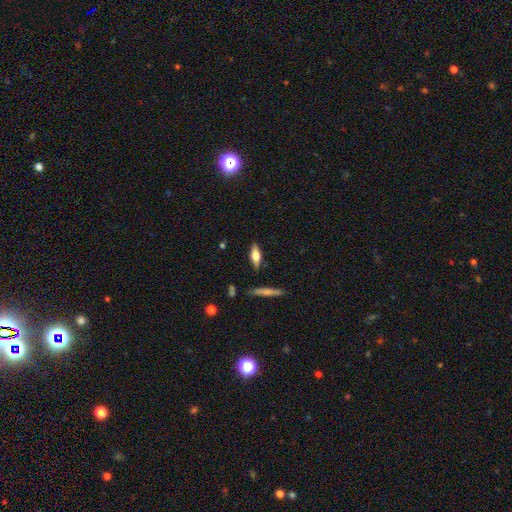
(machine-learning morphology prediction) smooth-or-featured: smooth: 50% | featured or disk: 43% | star or artifact: 7%
  how-rounded: in between: 54% | cigar-shaped: 43% | round: 3%
  merging: none: 84% | minor disturbance: 11% | merger: 3% | major disturbance: 3%